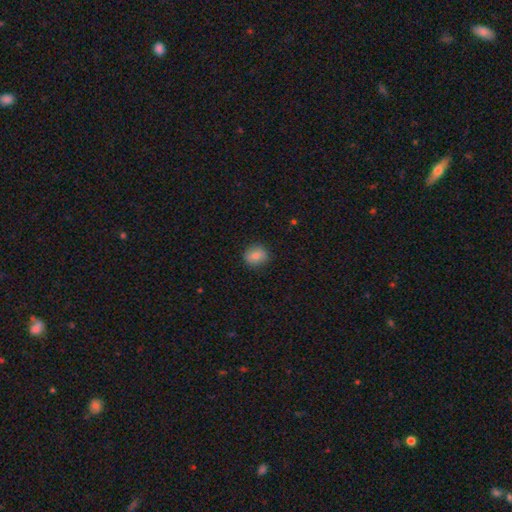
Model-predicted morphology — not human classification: This is likely a smooth galaxy (78%). How rounded: likely round (75%). Merging: clearly none (86%).